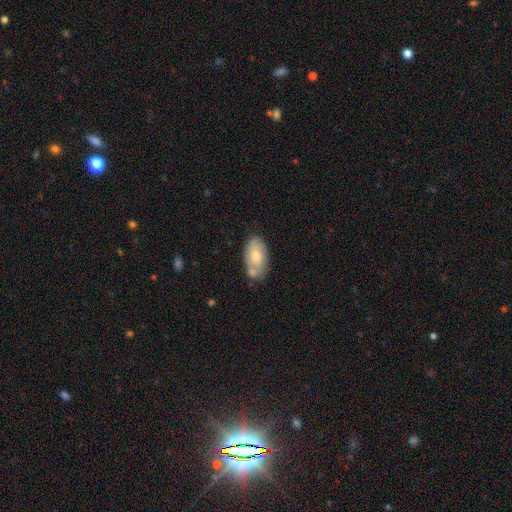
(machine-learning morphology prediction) The model was most divided on "merging": none: 53%, merger: 22%, minor disturbance: 20%, major disturbance: 5%. More confident: how rounded — in between (93%); smooth or featured — smooth (66%).